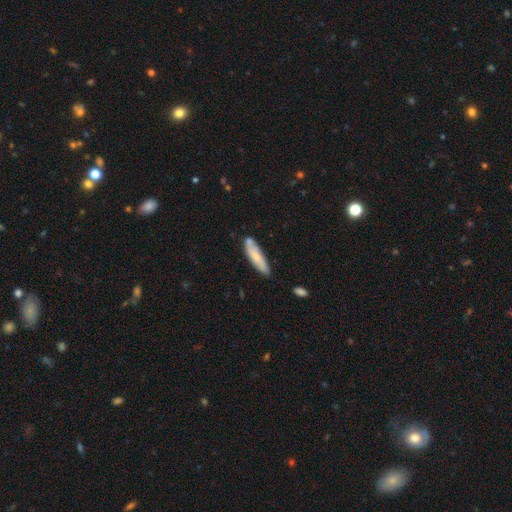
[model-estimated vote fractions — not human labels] smooth 69%, featured or disk 25%, star or artifact 6%. Down the decision tree: how rounded — cigar-shaped (69%); merging — none (72%).